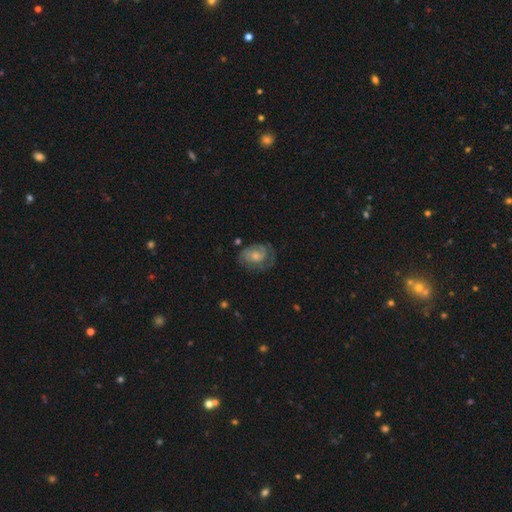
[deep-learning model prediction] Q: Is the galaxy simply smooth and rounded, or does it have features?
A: featured or disk — 60%.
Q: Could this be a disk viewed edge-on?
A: no — 97%.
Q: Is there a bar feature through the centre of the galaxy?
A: no — 74%.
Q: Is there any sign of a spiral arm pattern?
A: yes — 79%.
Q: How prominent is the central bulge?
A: moderate — 45%.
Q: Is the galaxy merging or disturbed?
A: none — 54%.